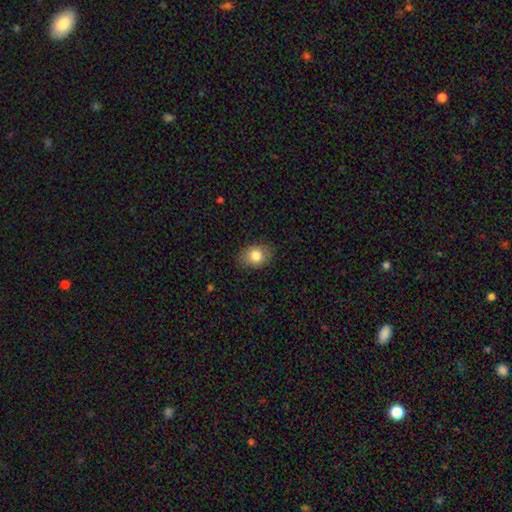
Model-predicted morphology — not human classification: Smooth or featured? Predicted: smooth (p=0.82). How rounded? Predicted: in between (p=0.62). Merging? Predicted: none (p=0.84).